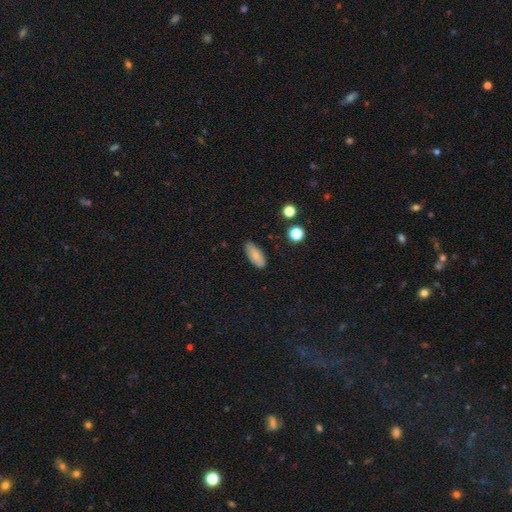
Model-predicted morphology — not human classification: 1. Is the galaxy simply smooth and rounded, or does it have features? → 81% smooth, 11% featured or disk, 8% star or artifact.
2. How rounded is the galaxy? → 85% in between, 12% cigar-shaped, 3% round.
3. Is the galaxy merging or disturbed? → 80% none, 16% minor disturbance, 3% major disturbance, 1% merger.